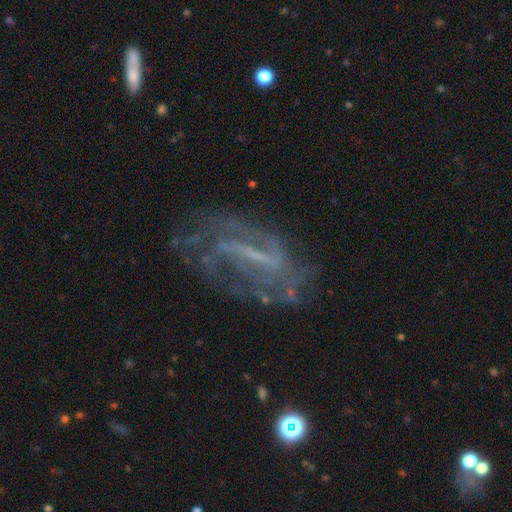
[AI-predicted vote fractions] This is likely a featured or disk galaxy (77%). It is clearly not viewed edge-on (91%). Bar: possibly strong (45%). Spiral arm pattern: likely yes (75%). Spiral arm count: possibly can't tell (46%). Spiral winding: marginally medium (37%). Central bulge: marginally none (43%). Merging: possibly none (58%).